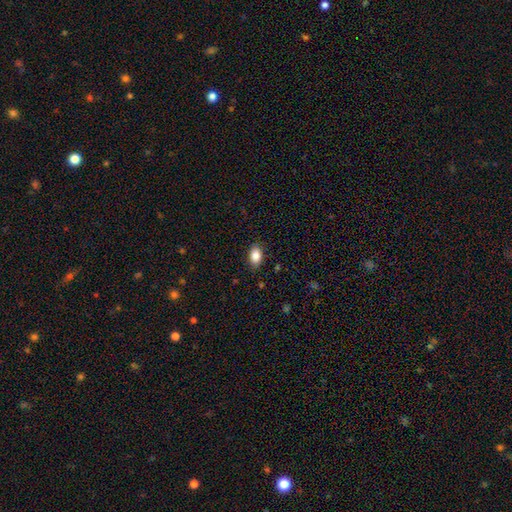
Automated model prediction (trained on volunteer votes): Overall: smooth (86%). How rounded: in between (89%). Merging: none (87%).